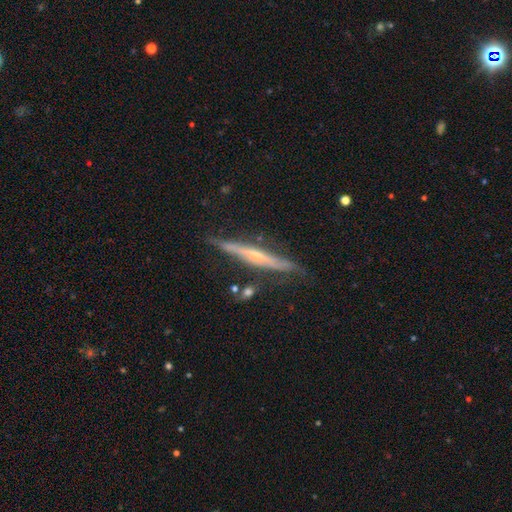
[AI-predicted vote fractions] Overall: featured or disk (71%). Edge-on disk: yes (94%). Edge-on bulge: rounded (47%; none 45%). Merging: none (74%).